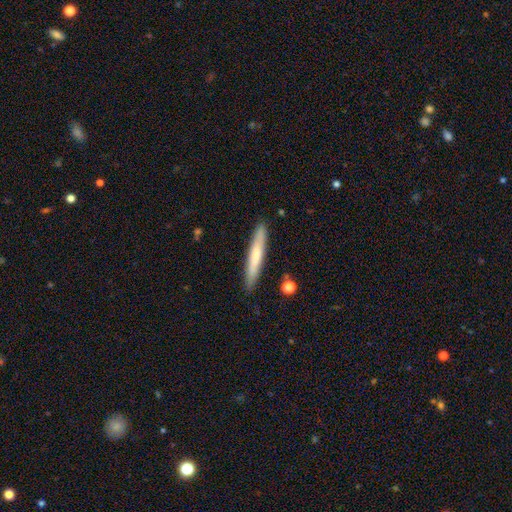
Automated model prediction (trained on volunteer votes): Overall: smooth (64%; featured or disk 30%). How rounded: cigar-shaped (94%). Merging: none (89%).